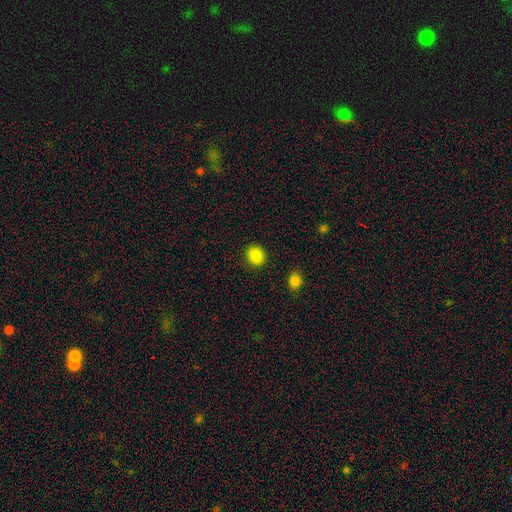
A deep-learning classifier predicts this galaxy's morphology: Q: Smooth or featured?
A: smooth (87%); runner-up: star or artifact (9%)
Q: How rounded?
A: round (66%); runner-up: in between (33%)
Q: Merging?
A: none (89%); runner-up: minor disturbance (7%)